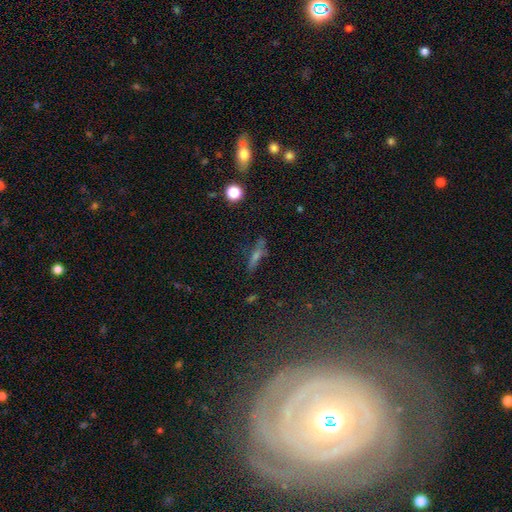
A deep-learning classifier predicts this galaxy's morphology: Smooth or featured: featured or disk — 40% (smooth — 37%)
Merging: none — 74% (minor disturbance — 15%)